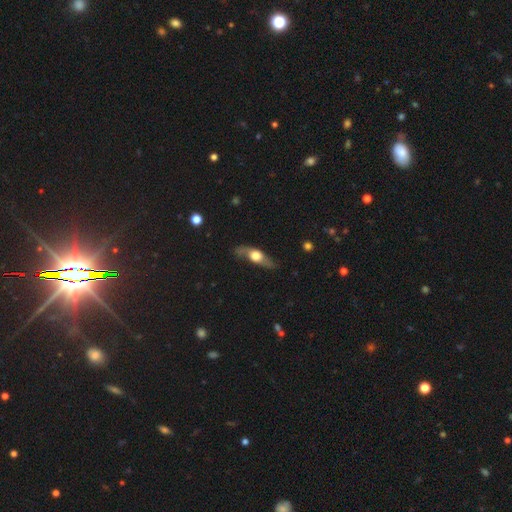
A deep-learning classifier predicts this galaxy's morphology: type=featured or disk (62%); edge-on=yes (68%); merging=none (72%).